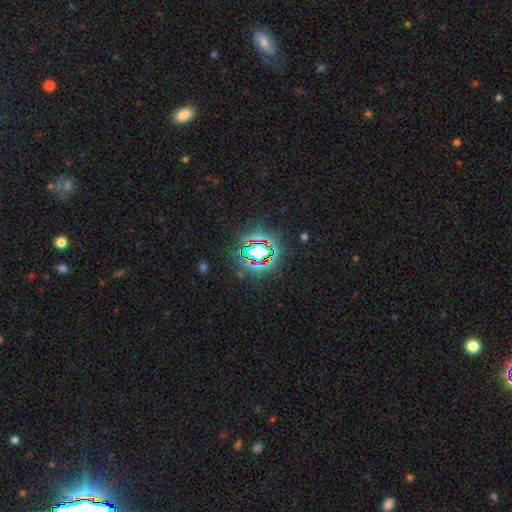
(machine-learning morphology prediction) type=star or artifact (73%).